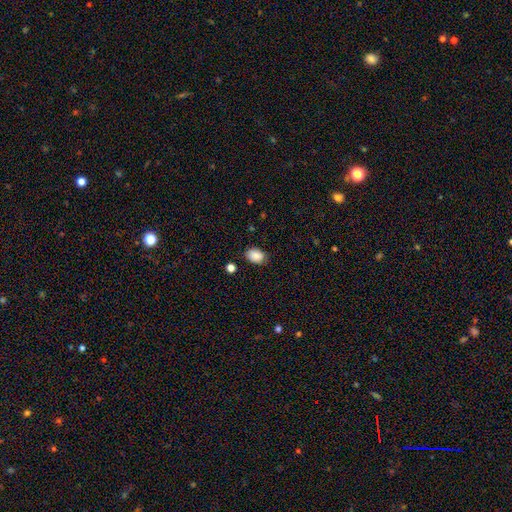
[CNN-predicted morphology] Smooth or featured?
  - smooth: 87% *
  - star or artifact: 8%
  - featured or disk: 5%
How rounded?
  - in between: 77% *
  - round: 22%
  - cigar-shaped: 1%
Merging?
  - none: 80% *
  - minor disturbance: 15%
  - major disturbance: 3%
  - merger: 2%